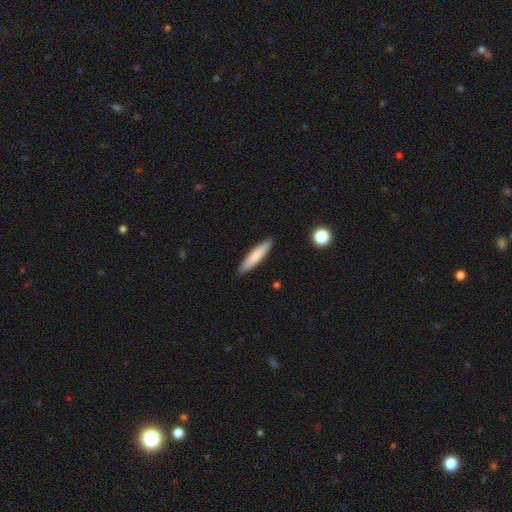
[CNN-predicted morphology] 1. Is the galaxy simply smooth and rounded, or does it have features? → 78% smooth, 17% featured or disk, 6% star or artifact.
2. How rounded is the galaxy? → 87% cigar-shaped, 12% in between, 1% round.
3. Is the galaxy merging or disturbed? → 89% none, 8% minor disturbance, 1% major disturbance, 1% merger.